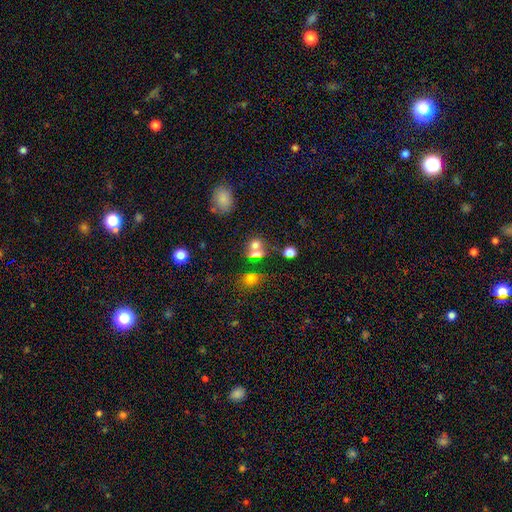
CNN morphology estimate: Smooth or featured? Predicted: smooth (p=0.60). How rounded? Predicted: round (p=0.56). Merging? Predicted: none (p=0.46).